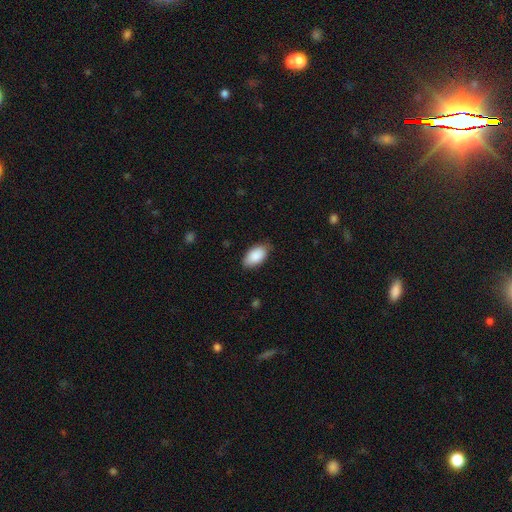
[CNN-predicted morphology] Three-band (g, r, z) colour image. It shows a smooth galaxy with no disk features (89%) that is in between round and cigar-shaped (95%). Merging: none (79%).